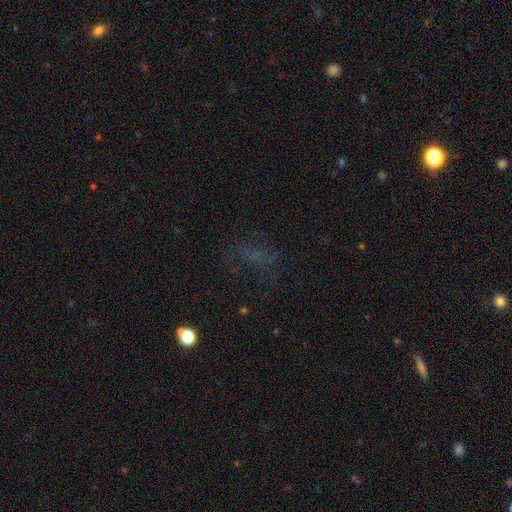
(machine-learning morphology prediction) This appears to be a smooth galaxy with no disk features (40%). Merging: none (56%).